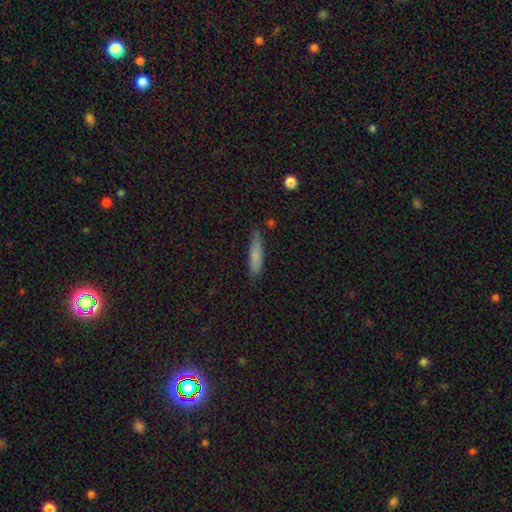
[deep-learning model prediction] Q: Smooth or featured?
A: smooth (77%); runner-up: featured or disk (16%)
Q: How rounded?
A: cigar-shaped (77%); runner-up: in between (22%)
Q: Merging?
A: none (76%); runner-up: minor disturbance (18%)